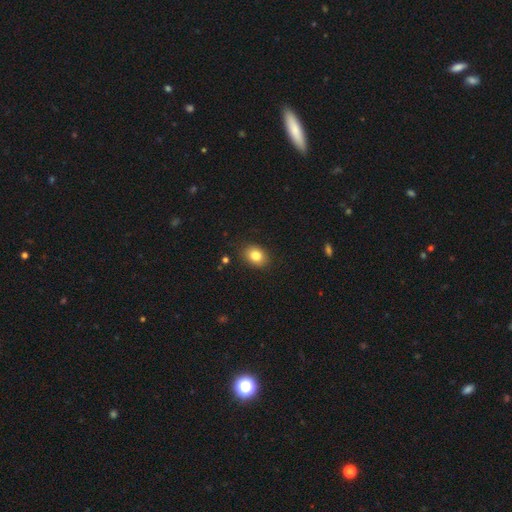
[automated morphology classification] This appears to be a smooth galaxy with no disk features (83%) that is in between round and cigar-shaped (61%). Merging: none (87%).